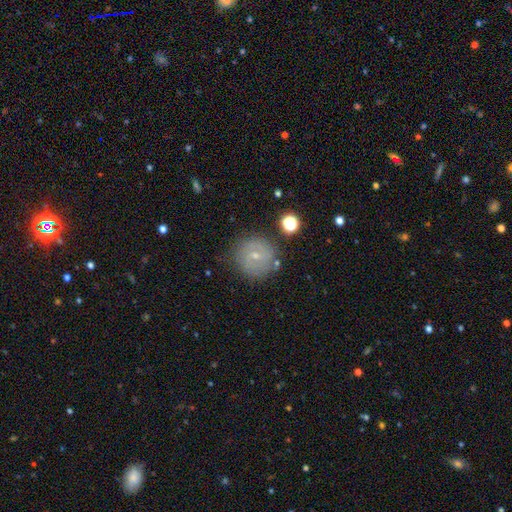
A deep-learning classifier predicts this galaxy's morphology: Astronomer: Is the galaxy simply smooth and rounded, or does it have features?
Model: featured or disk — 52% (runner-up: smooth, 36%).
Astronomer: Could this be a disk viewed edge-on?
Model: no — 96%.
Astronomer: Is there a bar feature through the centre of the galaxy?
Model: weak — 47% (runner-up: no, 41%).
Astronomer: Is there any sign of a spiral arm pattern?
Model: yes — 71%.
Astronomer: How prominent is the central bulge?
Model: small — 72%.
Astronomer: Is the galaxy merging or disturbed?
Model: none — 79%.